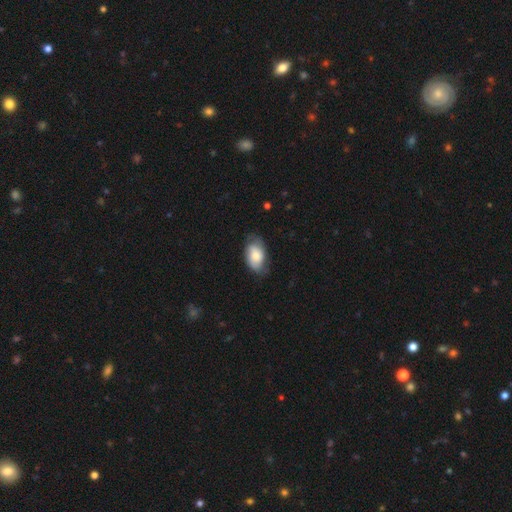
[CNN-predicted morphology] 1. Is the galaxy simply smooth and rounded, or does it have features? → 71% smooth, 22% featured or disk, 6% star or artifact.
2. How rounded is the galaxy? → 92% in between, 6% round, 1% cigar-shaped.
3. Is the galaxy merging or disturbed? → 64% none, 28% minor disturbance, 8% major disturbance, 1% merger.